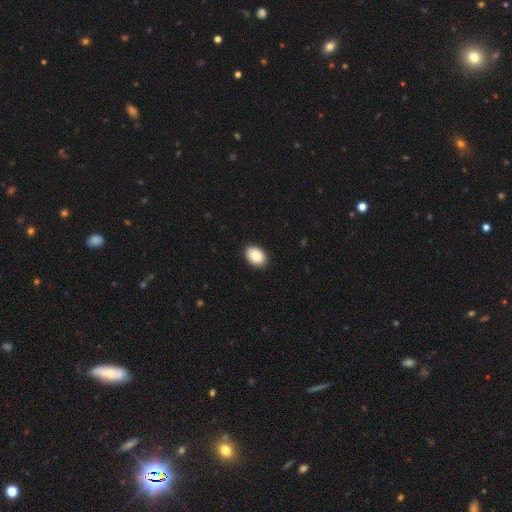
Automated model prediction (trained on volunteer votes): This appears to be a smooth galaxy with no disk features (87%) that is in between round and cigar-shaped (82%). Merging: none (90%).